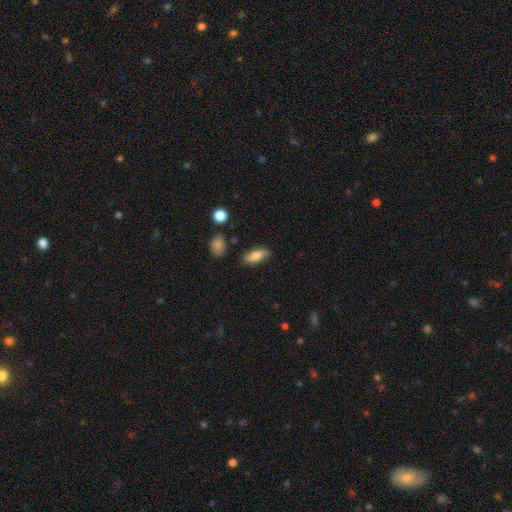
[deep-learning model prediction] Q: Smooth or featured?
A: smooth (70%); runner-up: featured or disk (22%)
Q: How rounded?
A: in between (67%); runner-up: cigar-shaped (30%)
Q: Merging?
A: none (81%); runner-up: minor disturbance (14%)